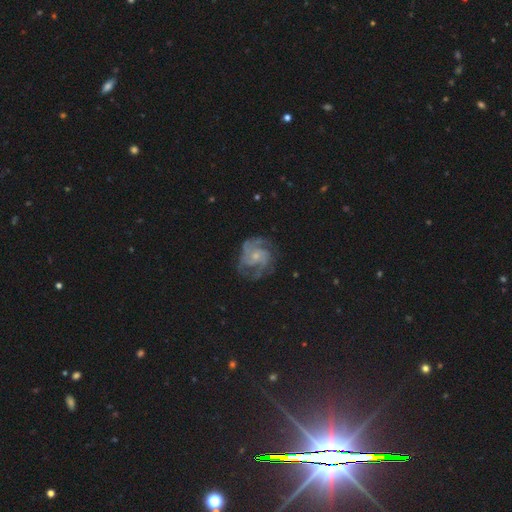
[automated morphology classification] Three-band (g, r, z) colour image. It shows a featured or disk galaxy (84%) with no bar (69%), 3 (36%) medium (49%) spiral arms (95%) and a small central bulge (70%). Merging: none (67%).